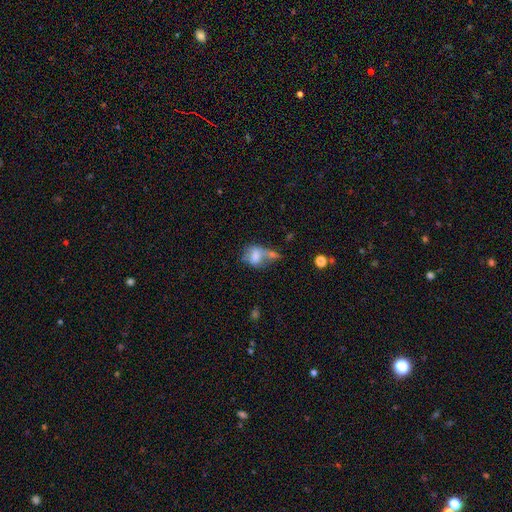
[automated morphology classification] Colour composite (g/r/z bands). It shows a smooth galaxy with no disk features (62%) that is in between round and cigar-shaped (65%). Merging: merger (39%).